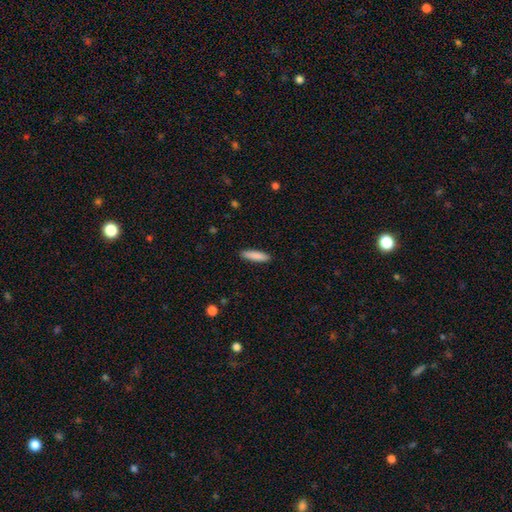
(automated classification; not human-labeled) Smooth or featured? smooth (87%)
How rounded? cigar-shaped (75%)
Merging? none (90%)